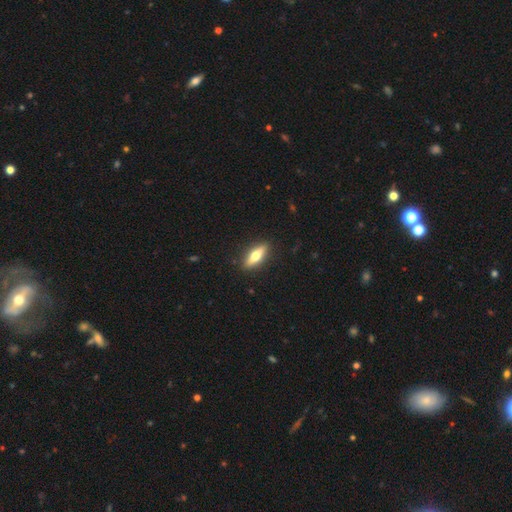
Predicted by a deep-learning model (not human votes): smooth_or_featured: smooth (p=0.55) [alt: featured or disk p=0.39]
how_rounded: cigar-shaped (p=0.50) [alt: in between p=0.47]
merging: none (p=0.89) [alt: minor disturbance p=0.08]